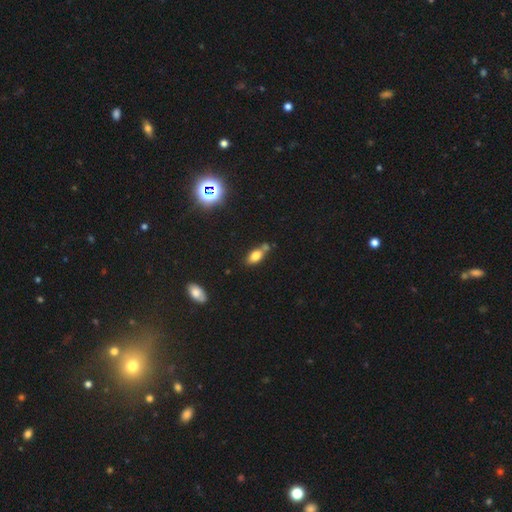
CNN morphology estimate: Smooth or featured? Predicted: smooth (p=0.75). How rounded? Predicted: in between (p=0.85). Merging? Predicted: none (p=0.55).